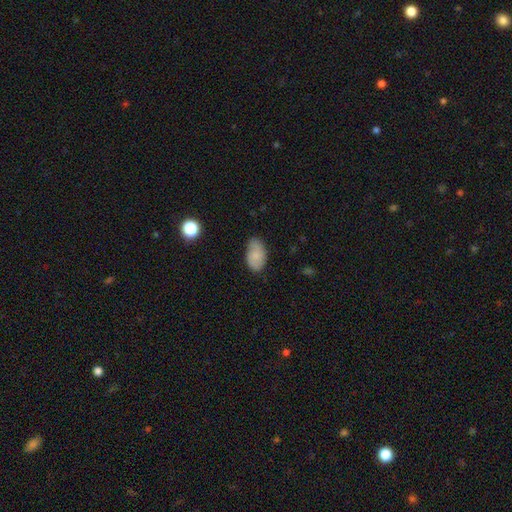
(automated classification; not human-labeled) Q: Smooth or featured?
A: smooth (78%); runner-up: featured or disk (15%)
Q: How rounded?
A: in between (94%); runner-up: round (5%)
Q: Merging?
A: none (75%); runner-up: minor disturbance (20%)